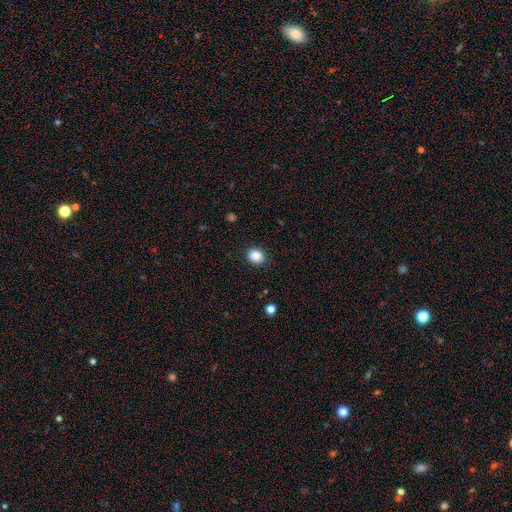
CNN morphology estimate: Overall: smooth (86%). How rounded: round (73%). Merging: none (89%).